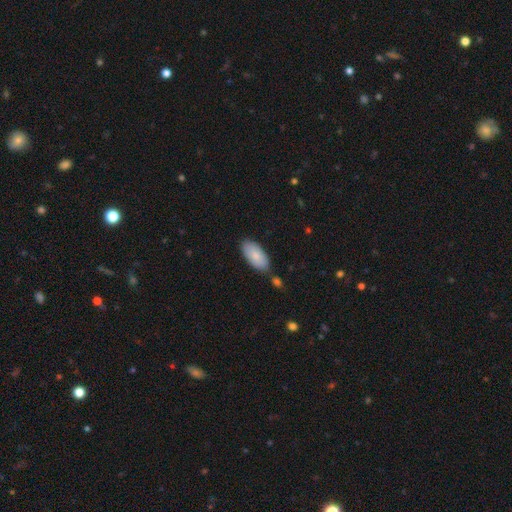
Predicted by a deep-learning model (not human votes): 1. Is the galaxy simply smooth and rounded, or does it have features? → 83% smooth, 11% featured or disk, 6% star or artifact.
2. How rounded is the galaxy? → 94% in between, 5% cigar-shaped, 2% round.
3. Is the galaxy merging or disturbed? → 76% none, 15% minor disturbance, 7% merger, 3% major disturbance.